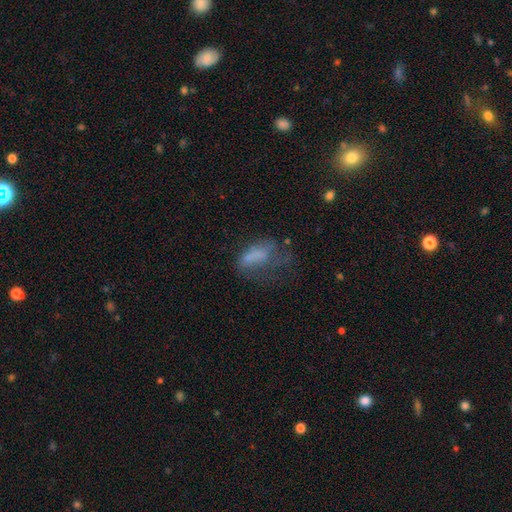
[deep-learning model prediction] Q: Smooth or featured?
A: smooth (55%); runner-up: featured or disk (30%)
Q: How rounded?
A: in between (77%); runner-up: cigar-shaped (17%)
Q: Merging?
A: major disturbance (47%); runner-up: none (26%)